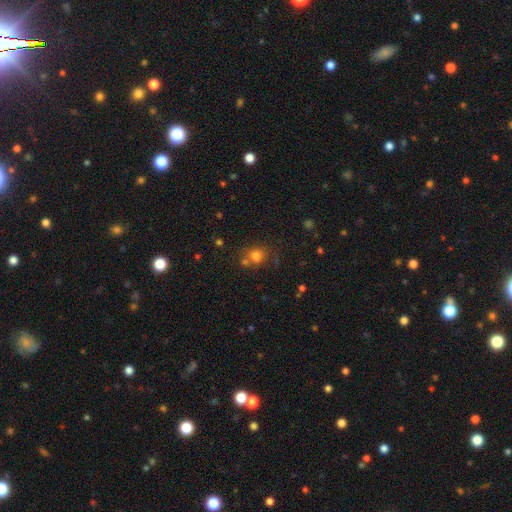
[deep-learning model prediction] This is likely a smooth galaxy (75%). How rounded: likely round (74%). Merging: possibly none (56%).